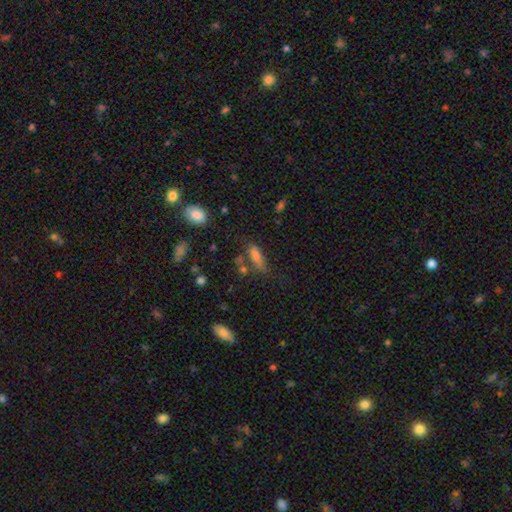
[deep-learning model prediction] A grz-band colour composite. It shows a smooth galaxy with no disk features (70%) that is in between round and cigar-shaped (55%). Merging: none (53%).